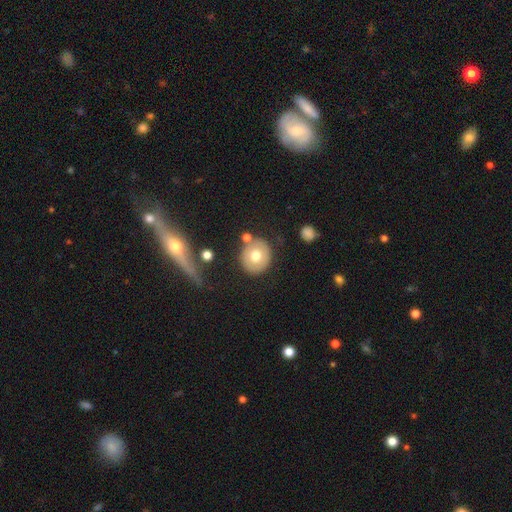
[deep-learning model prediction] A smooth galaxy with no disk features (66%) that is round (83%). Merging: none (79%).